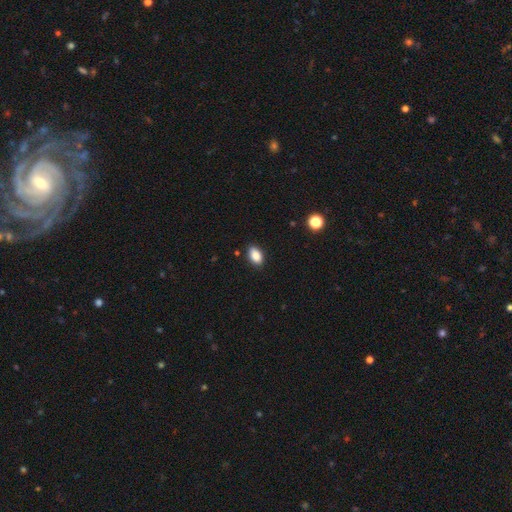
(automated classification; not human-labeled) This is clearly a smooth galaxy (87%). How rounded: clearly in between (90%). Merging: clearly none (87%).